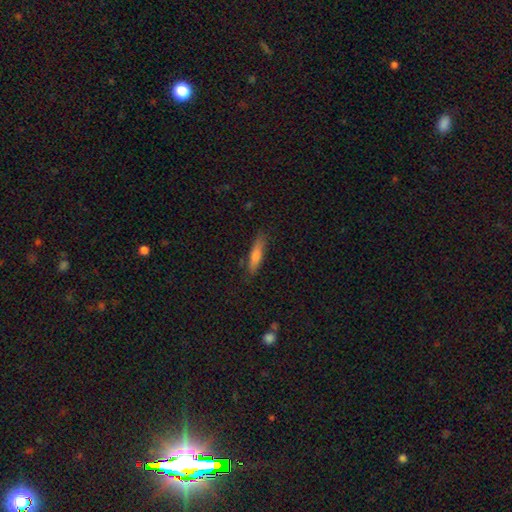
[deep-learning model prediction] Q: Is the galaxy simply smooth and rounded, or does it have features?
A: smooth — 71%.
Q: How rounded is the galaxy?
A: cigar-shaped — 79%.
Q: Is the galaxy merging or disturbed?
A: none — 82%.